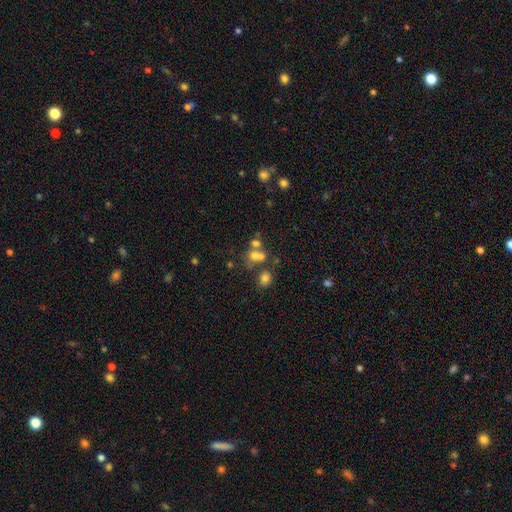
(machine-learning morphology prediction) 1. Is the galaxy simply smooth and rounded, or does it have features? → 61% smooth, 20% star or artifact, 19% featured or disk.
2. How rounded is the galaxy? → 63% round, 35% in between, 1% cigar-shaped.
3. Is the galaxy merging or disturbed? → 49% merger, 36% none, 9% minor disturbance, 6% major disturbance.